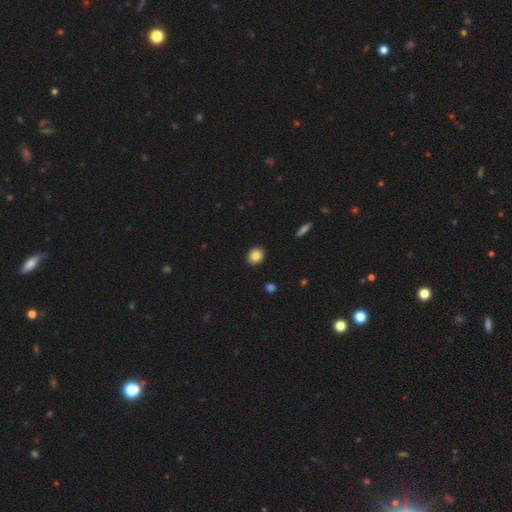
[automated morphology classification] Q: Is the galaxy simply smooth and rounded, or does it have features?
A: smooth — 85%.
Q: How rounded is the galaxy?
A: round — 61%.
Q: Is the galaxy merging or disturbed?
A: none — 91%.